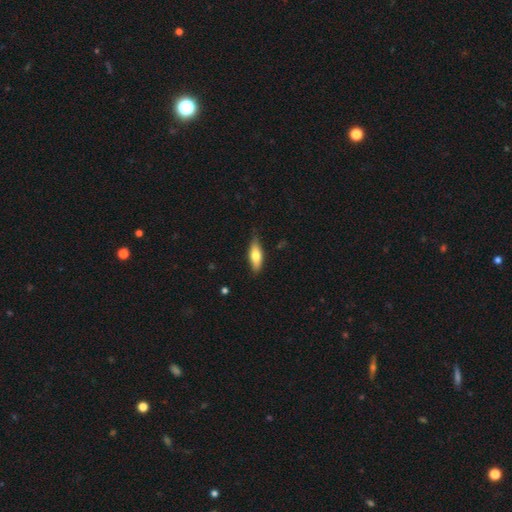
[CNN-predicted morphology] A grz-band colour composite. It shows a smooth galaxy with no disk features (69%) that is in between round and cigar-shaped (62%). Merging: none (79%).